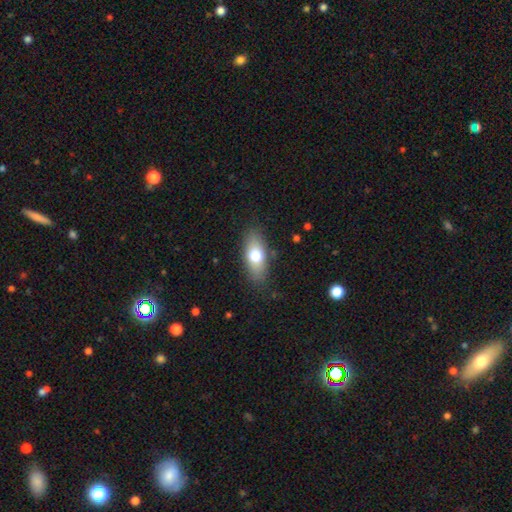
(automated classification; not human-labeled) smooth 68%, featured or disk 24%, star or artifact 8%. Down the decision tree: how rounded — in between (80%); merging — none (84%).